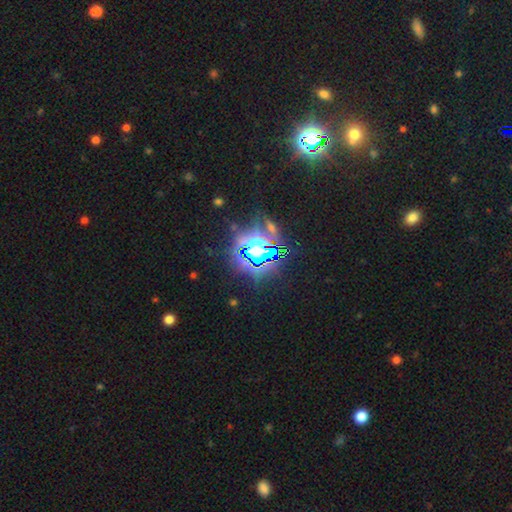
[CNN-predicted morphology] Smooth or featured: star or artifact — 74% (smooth — 16%)